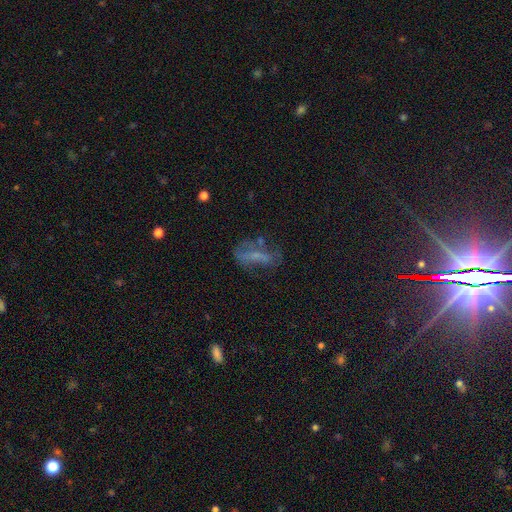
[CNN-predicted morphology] Overall: featured or disk (43%; smooth 37%). Merging: none (40%; major disturbance 30%).